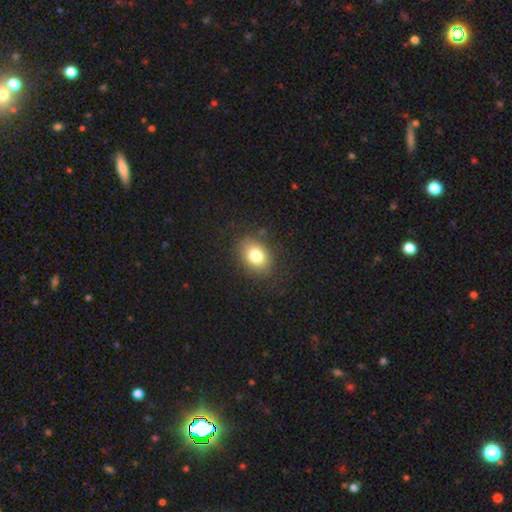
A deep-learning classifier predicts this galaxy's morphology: This appears to be a smooth galaxy with no disk features (79%) that is in between round and cigar-shaped (63%). Merging: none (83%).